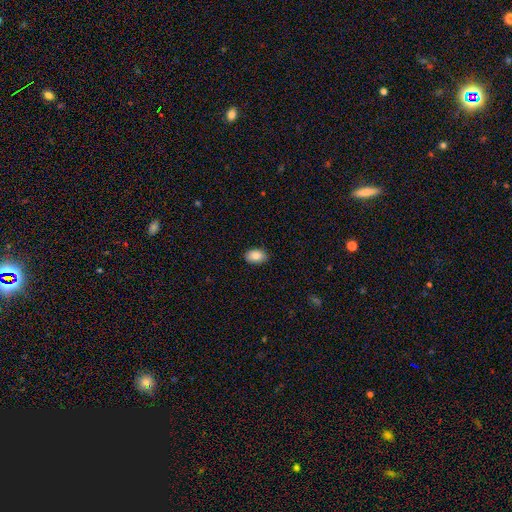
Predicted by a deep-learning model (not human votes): Smooth or featured? Predicted: smooth (p=0.86). How rounded? Predicted: in between (p=0.87). Merging? Predicted: none (p=0.88).